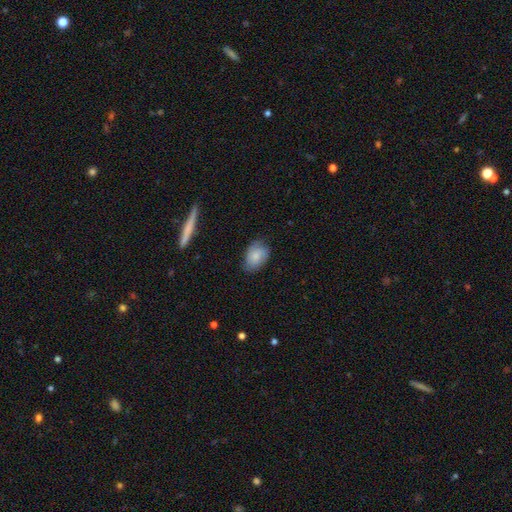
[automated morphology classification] A smooth galaxy with no disk features (73%) that is in between round and cigar-shaped (79%). Merging: none (71%).